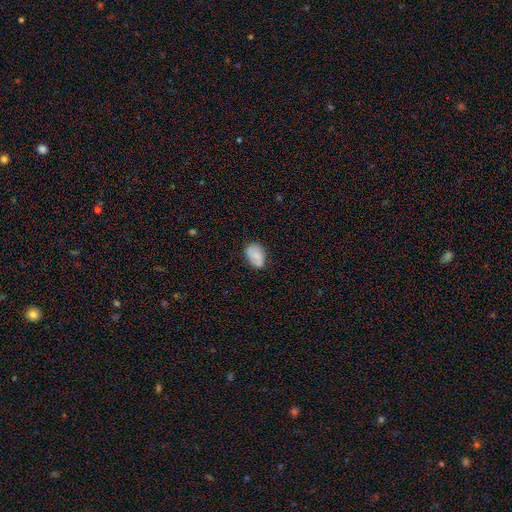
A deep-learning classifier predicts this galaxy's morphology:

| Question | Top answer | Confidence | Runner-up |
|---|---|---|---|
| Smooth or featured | smooth | 73% | featured or disk (19%) |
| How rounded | in between | 87% | round (11%) |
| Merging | none | 70% | minor disturbance (23%) |